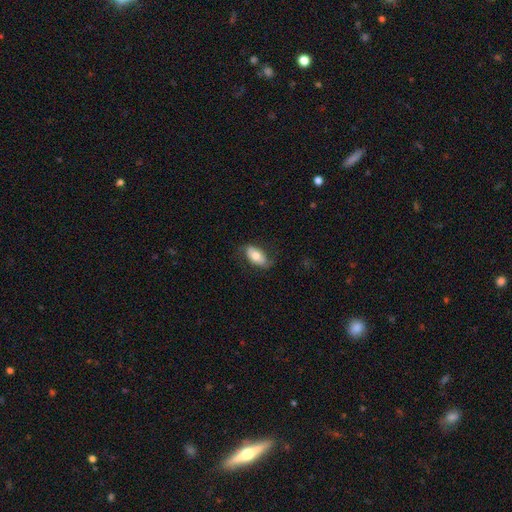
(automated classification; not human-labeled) Smooth or featured: smooth — 56% (featured or disk — 38%)
How rounded: in between — 92% (round — 5%)
Merging: none — 69% (minor disturbance — 20%)